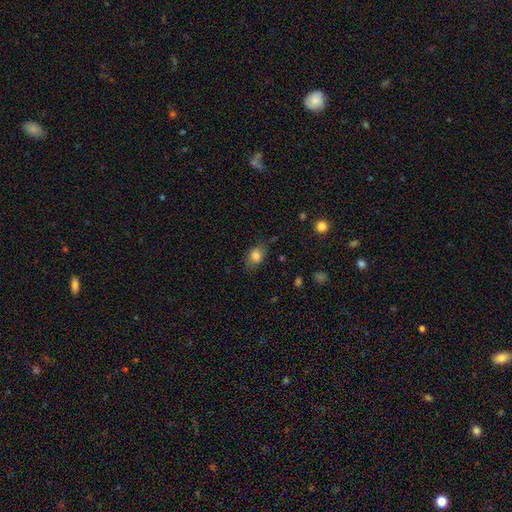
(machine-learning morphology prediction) smooth-or-featured: smooth: 80% | star or artifact: 10% | featured or disk: 10%
  how-rounded: in between: 69% | round: 29% | cigar-shaped: 2%
  merging: none: 71% | minor disturbance: 21% | major disturbance: 6% | merger: 2%